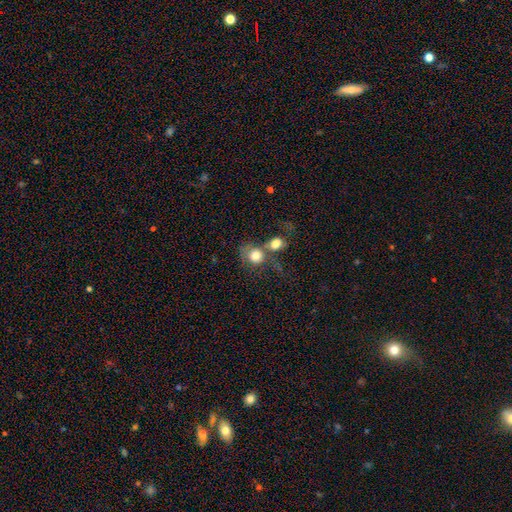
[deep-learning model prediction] Smooth or featured? Predicted: smooth (p=0.74). How rounded? Predicted: round (p=0.69). Merging? Predicted: merger (p=0.64).